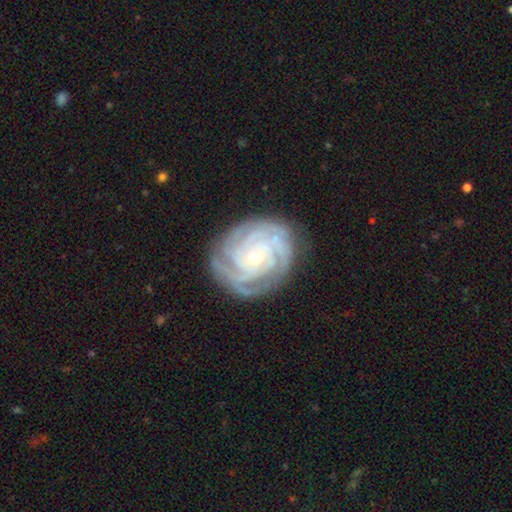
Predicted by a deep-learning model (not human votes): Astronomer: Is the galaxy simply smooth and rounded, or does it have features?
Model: featured or disk — 90%.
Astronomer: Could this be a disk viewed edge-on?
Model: no — 97%.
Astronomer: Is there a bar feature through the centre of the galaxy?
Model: no — 70%.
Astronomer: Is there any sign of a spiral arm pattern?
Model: yes — 98%.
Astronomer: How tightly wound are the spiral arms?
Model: tight — 82%.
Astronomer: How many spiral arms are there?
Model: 4 — 30% (runner-up: 3, 25%).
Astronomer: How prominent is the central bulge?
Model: small — 61%.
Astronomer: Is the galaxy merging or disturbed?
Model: none — 82%.